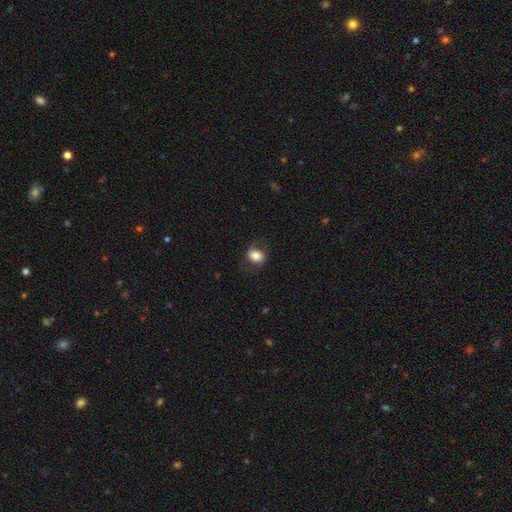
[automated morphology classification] The model was most divided on "how rounded": in between: 59%, round: 40%, cigar-shaped: 1%. More confident: smooth or featured — smooth (72%); merging — none (71%).